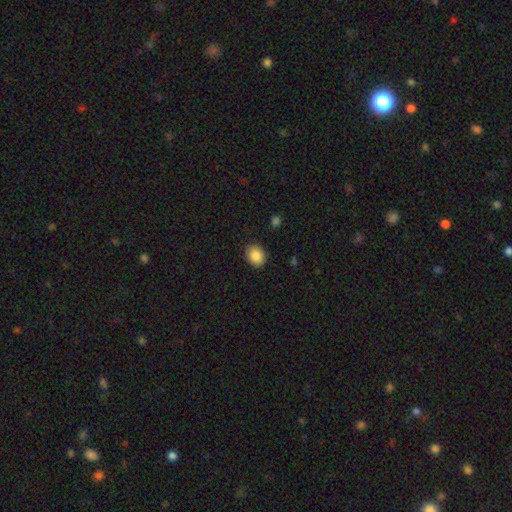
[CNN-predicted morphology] A smooth galaxy with no disk features (88%) that is round (52%).

Vote fractions:
- Smooth or featured? smooth: 88% / star or artifact: 8% / featured or disk: 4%
- How rounded? round: 52% / in between: 47% / cigar-shaped: 1%
- Merging? none: 86% / minor disturbance: 10% / major disturbance: 2% / merger: 1%